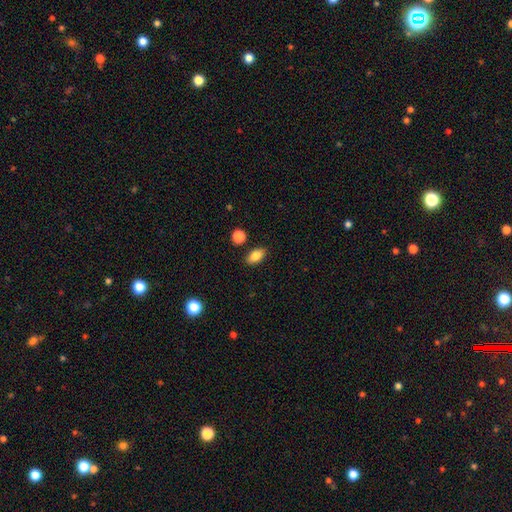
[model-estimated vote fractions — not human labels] smooth_or_featured: smooth (p=0.83) [alt: star or artifact p=0.09]
how_rounded: in between (p=0.88) [alt: round p=0.08]
merging: none (p=0.86) [alt: minor disturbance p=0.09]